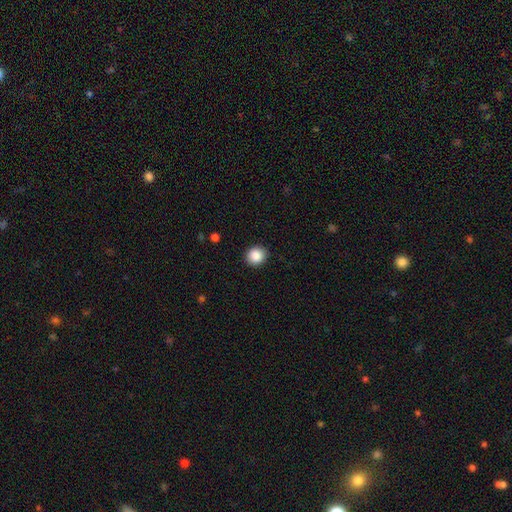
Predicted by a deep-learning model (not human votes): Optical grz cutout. It shows a smooth galaxy with no disk features (87%) that is round (82%). Merging: none (91%).